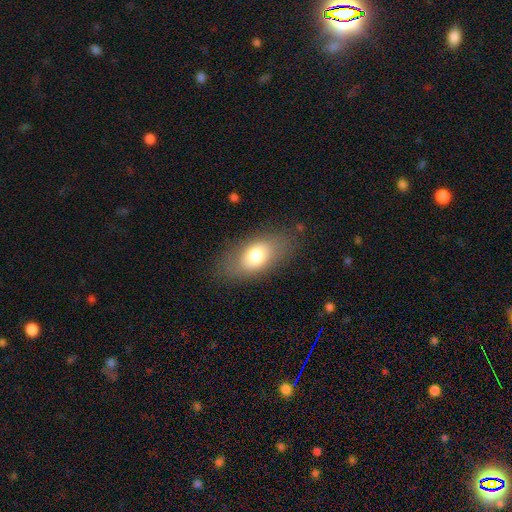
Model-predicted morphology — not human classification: A smooth galaxy with no disk features (74%) that is in between round and cigar-shaped (87%).

Vote fractions:
- Smooth or featured? smooth: 74% / featured or disk: 18% / star or artifact: 9%
- How rounded? in between: 87% / round: 8% / cigar-shaped: 4%
- Merging? none: 79% / minor disturbance: 14% / major disturbance: 6% / merger: 1%